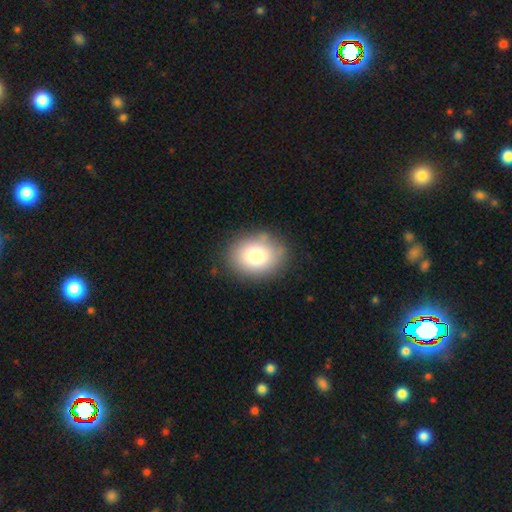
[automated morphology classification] This appears to be a smooth galaxy with no disk features (79%) that is in between round and cigar-shaped (53%). Merging: none (82%).